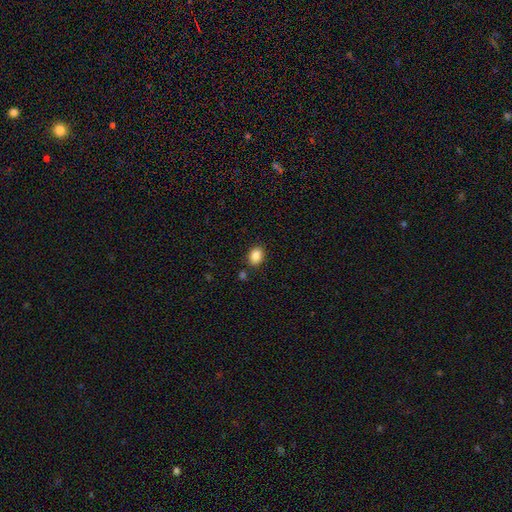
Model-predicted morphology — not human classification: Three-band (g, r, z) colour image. It shows a smooth galaxy with no disk features (88%) that is in between round and cigar-shaped (71%). Merging: none (84%).